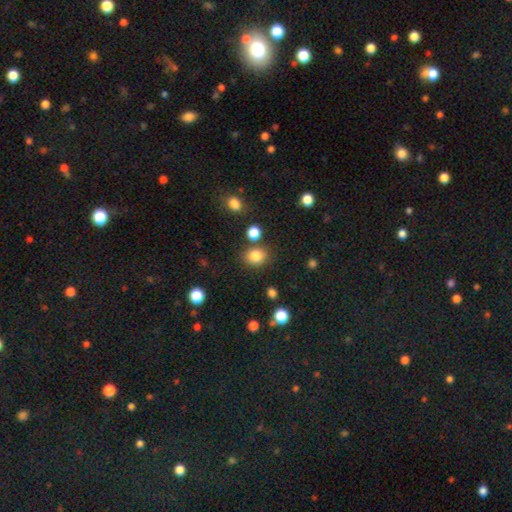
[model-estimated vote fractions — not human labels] This appears to be a smooth galaxy with no disk features (83%) that is round (57%). Merging: none (77%).